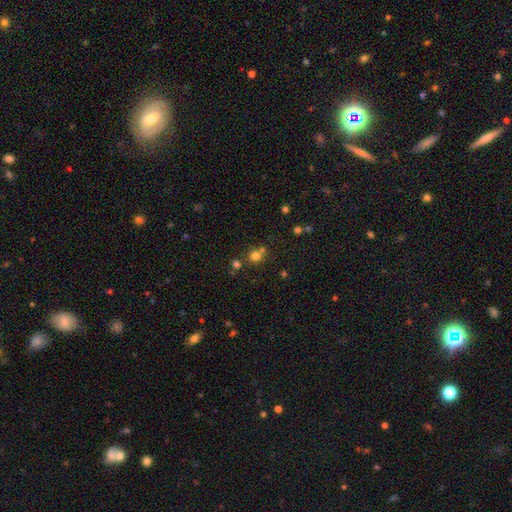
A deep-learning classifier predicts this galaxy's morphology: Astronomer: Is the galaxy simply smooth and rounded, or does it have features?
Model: smooth — 72%.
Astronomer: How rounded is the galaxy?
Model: round — 84%.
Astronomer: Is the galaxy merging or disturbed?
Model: none — 60%.